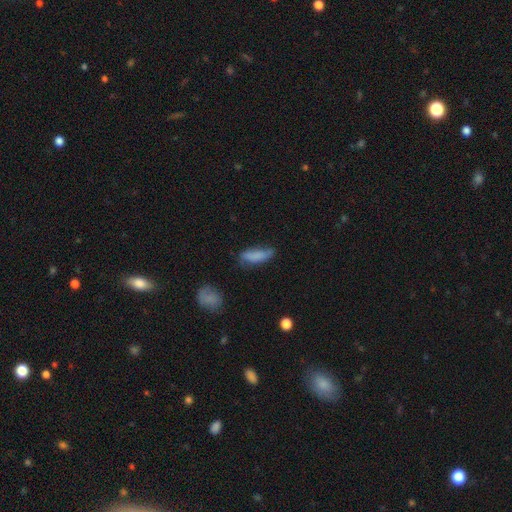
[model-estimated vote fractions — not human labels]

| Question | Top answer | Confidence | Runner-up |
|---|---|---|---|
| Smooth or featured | smooth | 76% | featured or disk (16%) |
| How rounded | in between | 56% | cigar-shaped (42%) |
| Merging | none | 54% | minor disturbance (32%) |